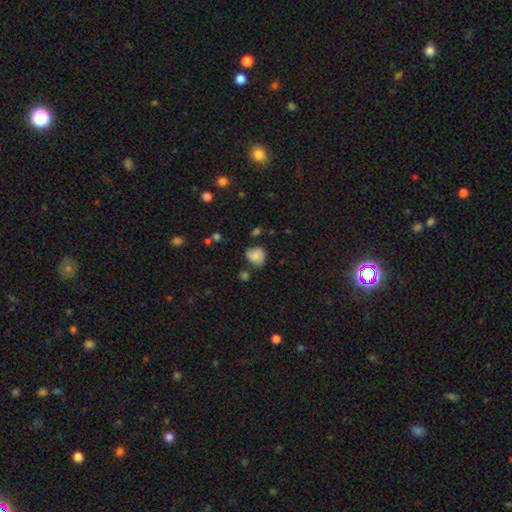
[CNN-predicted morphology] The model was most divided on "merging": none: 61%, minor disturbance: 26%, major disturbance: 8%, merger: 5%. More confident: how rounded — round (72%); smooth or featured — smooth (68%).